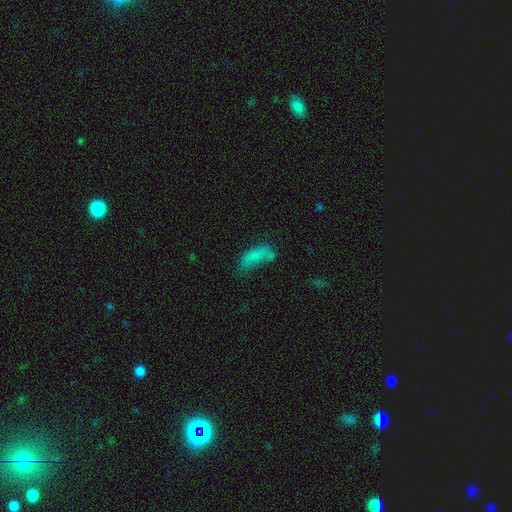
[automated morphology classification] The model was most divided on "merging": none: 31%, major disturbance: 30%, minor disturbance: 24%, merger: 15%. More confident: how rounded — in between (76%); smooth or featured — smooth (65%).